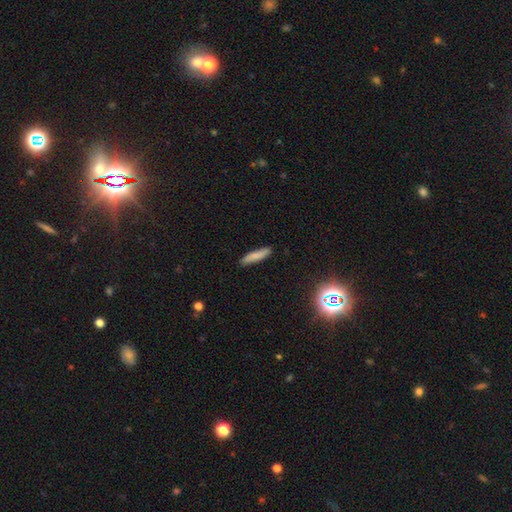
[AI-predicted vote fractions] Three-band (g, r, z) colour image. It shows a smooth galaxy with no disk features (80%) that is cigar-shaped (84%). Merging: none (88%).